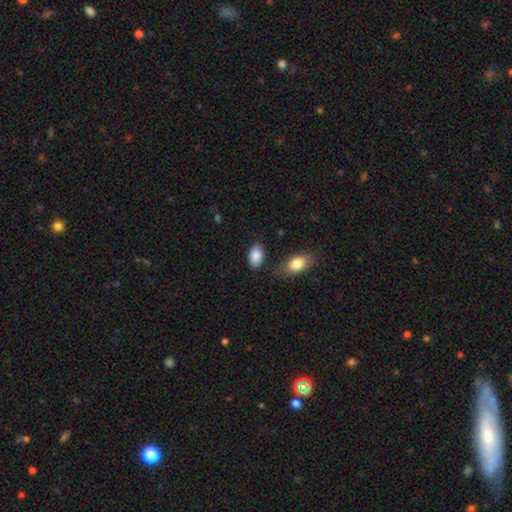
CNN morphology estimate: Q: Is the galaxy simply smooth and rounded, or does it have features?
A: smooth — 87%.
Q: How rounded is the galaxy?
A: in between — 89%.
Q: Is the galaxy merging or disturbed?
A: none — 74%.